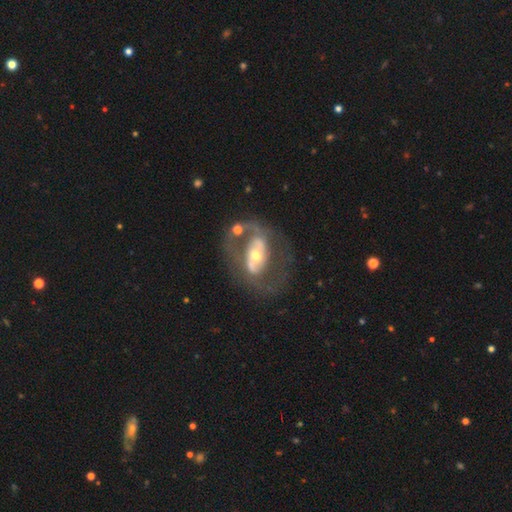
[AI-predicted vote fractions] Overall: featured or disk (77%). Edge-on disk: no (94%). Bar: no (42%; strong 31%). Spiral arms: yes (57%; no 43%). Bulge size: moderate (63%; small 25%). Merging: none (54%; major disturbance 21%).